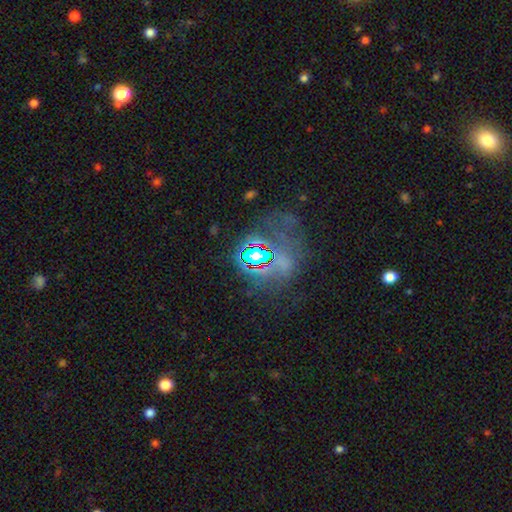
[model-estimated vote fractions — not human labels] Morphology: type=star or artifact (65%).